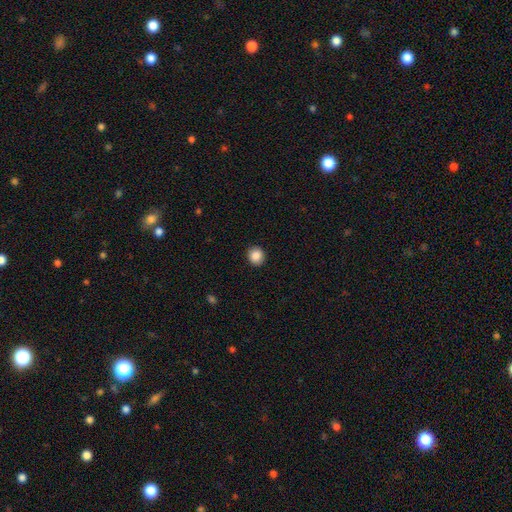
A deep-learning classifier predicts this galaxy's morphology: A smooth galaxy with no disk features (88%) that is round (85%). Merging: none (91%).